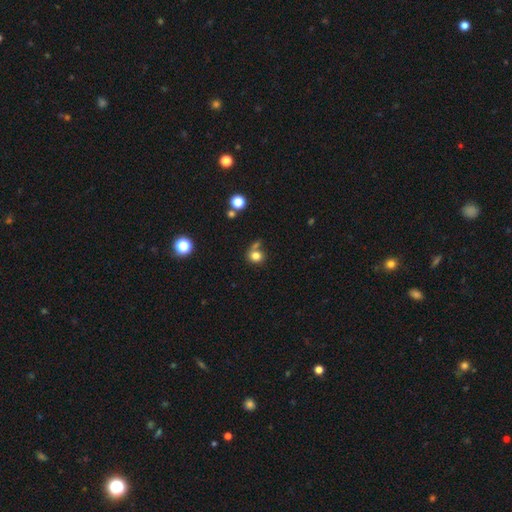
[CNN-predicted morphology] This appears to be a smooth galaxy with no disk features (79%) that is round (80%). Merging: none (56%).